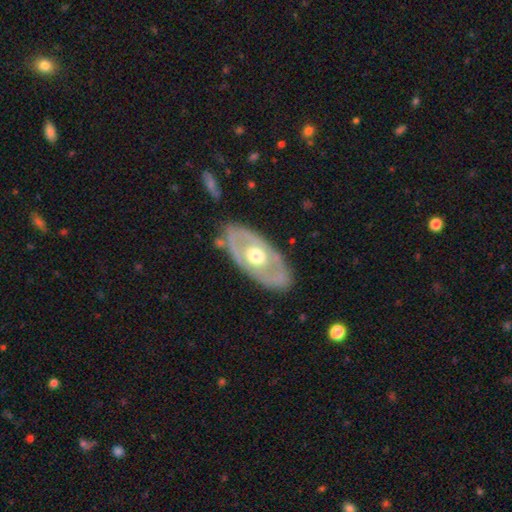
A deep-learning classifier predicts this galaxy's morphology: featured or disk 64%, smooth 32%, star or artifact 4%. Down the decision tree: edge-on disk — no (85%); bar — no (88%); spiral arms — no (84%); bulge size — moderate (68%); merging — none (79%).